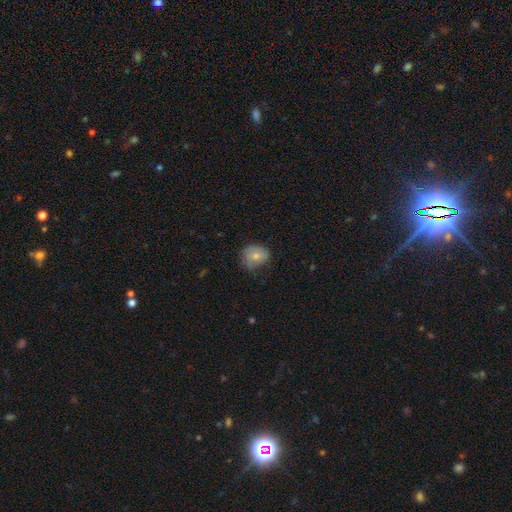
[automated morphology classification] This appears to be a smooth galaxy with no disk features (69%) that is round (61%). Merging: none (56%).